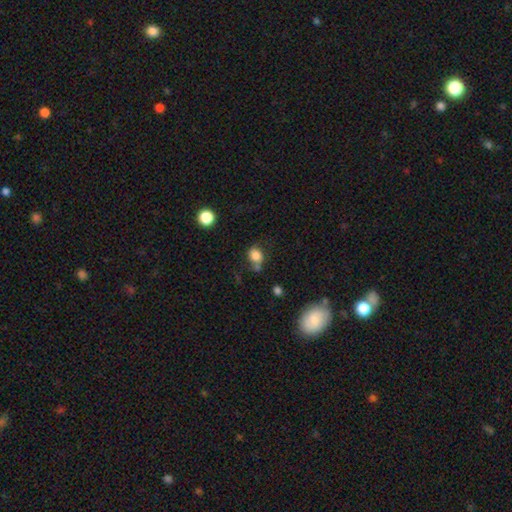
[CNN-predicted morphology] Overall: smooth (79%). How rounded: round (59%; in between 40%). Merging: none (53%; minor disturbance 23%).